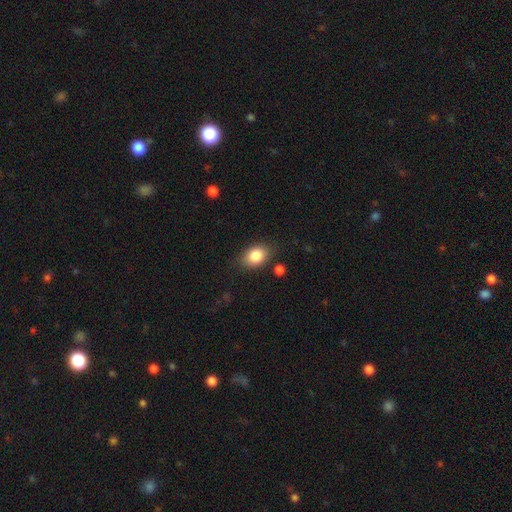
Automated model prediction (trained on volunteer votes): A smooth galaxy with no disk features (84%) that is in between round and cigar-shaped (77%).

Vote fractions:
- Smooth or featured? smooth: 84% / star or artifact: 8% / featured or disk: 8%
- How rounded? in between: 77% / round: 22% / cigar-shaped: 1%
- Merging? none: 80% / minor disturbance: 13% / major disturbance: 3% / merger: 3%